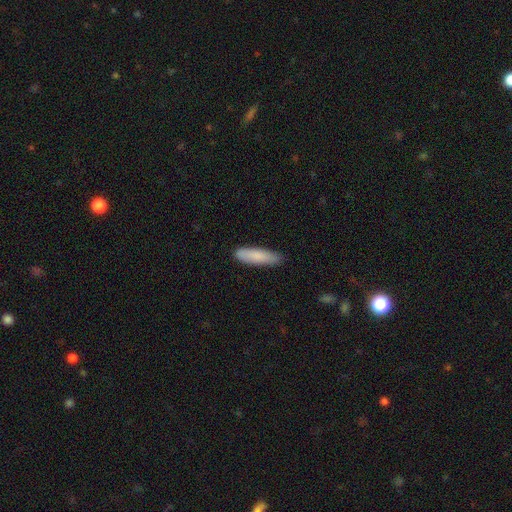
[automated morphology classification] A smooth galaxy with no disk features (84%) that is cigar-shaped (71%).

Vote fractions:
- Smooth or featured? smooth: 84% / featured or disk: 10% / star or artifact: 6%
- How rounded? cigar-shaped: 71% / in between: 27% / round: 1%
- Merging? none: 85% / minor disturbance: 12% / major disturbance: 2% / merger: 1%